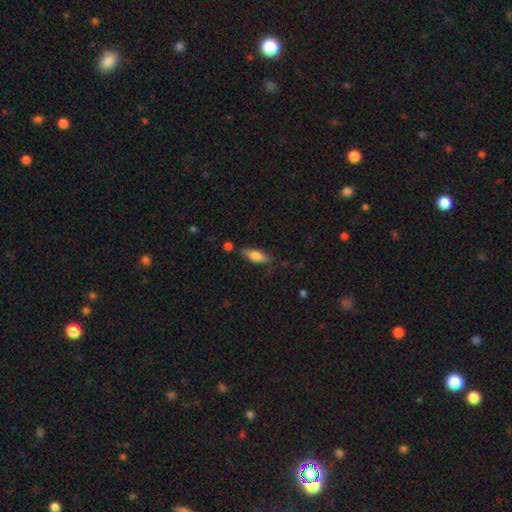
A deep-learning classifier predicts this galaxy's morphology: This is likely a smooth galaxy (70%). How rounded: possibly in between (53%). Merging: likely none (75%).